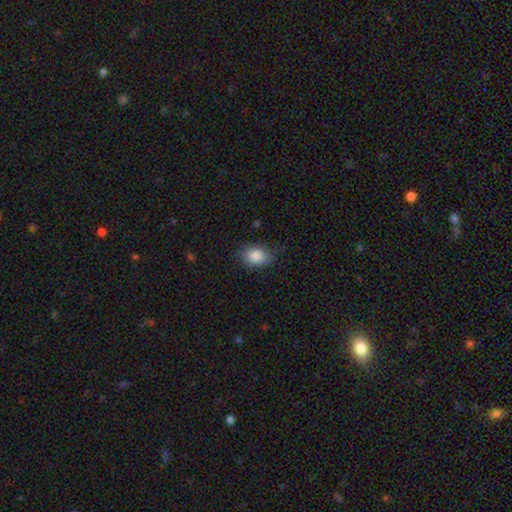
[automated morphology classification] Smooth or featured? smooth (87%)
How rounded? in between (68%)
Merging? none (69%)